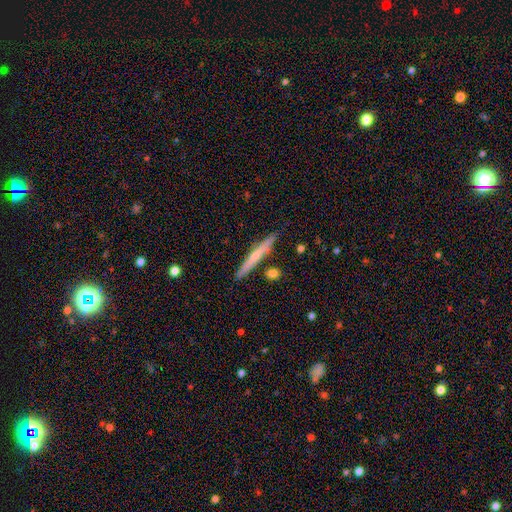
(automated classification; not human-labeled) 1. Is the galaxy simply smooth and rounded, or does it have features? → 49% featured or disk, 45% smooth, 6% star or artifact.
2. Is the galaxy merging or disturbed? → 84% none, 9% minor disturbance, 4% merger, 2% major disturbance.